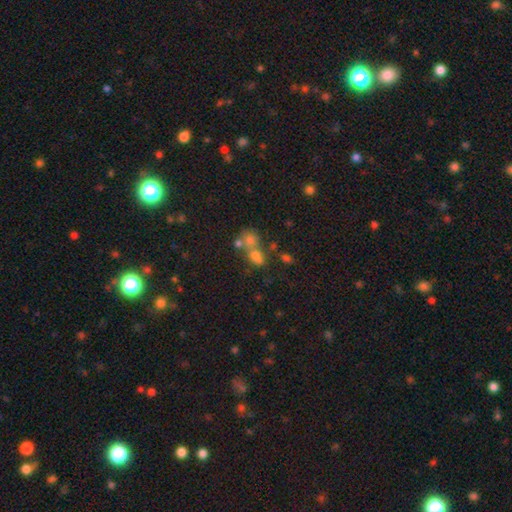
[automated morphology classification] Q: Smooth or featured?
A: smooth (60%); runner-up: star or artifact (22%)
Q: How rounded?
A: round (55%); runner-up: in between (43%)
Q: Merging?
A: merger (54%); runner-up: none (33%)